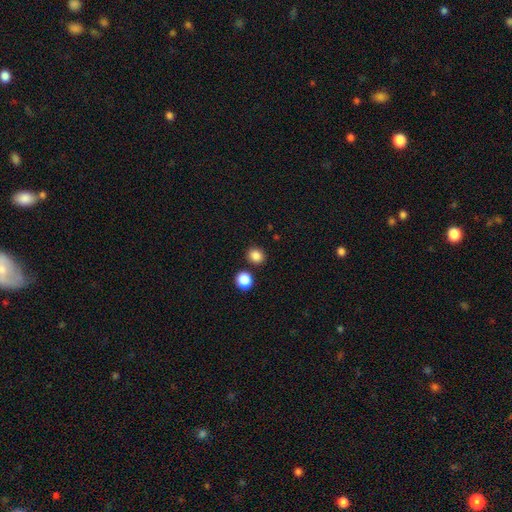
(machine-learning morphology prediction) Smooth or featured? Predicted: smooth (p=0.85). How rounded? Predicted: round (p=0.74). Merging? Predicted: none (p=0.83).